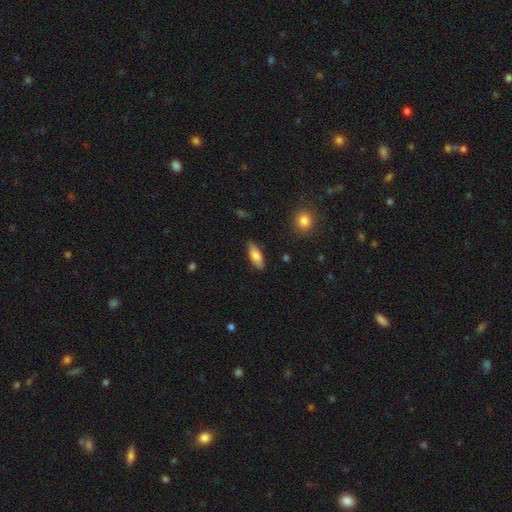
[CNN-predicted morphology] A smooth galaxy with no disk features (78%) that is in between round and cigar-shaped (66%). Merging: none (84%).